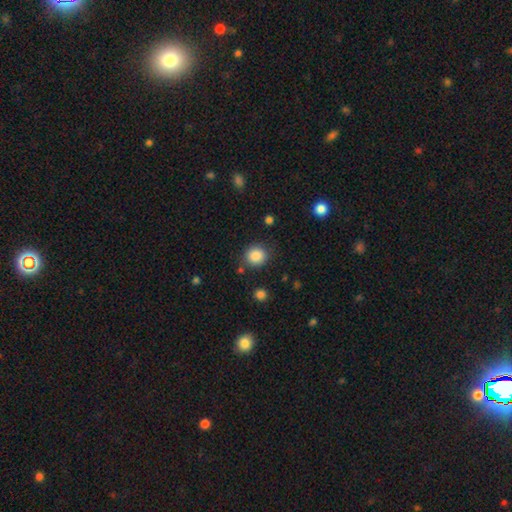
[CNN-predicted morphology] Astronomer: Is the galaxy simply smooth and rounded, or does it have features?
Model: smooth — 87%.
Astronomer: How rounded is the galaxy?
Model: round — 85%.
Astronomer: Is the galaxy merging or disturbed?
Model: none — 84%.